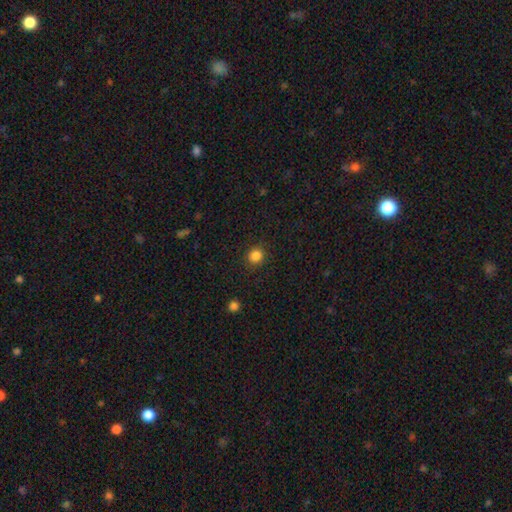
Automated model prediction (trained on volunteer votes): This appears to be a smooth galaxy with no disk features (84%) that is round (89%). Merging: none (90%).